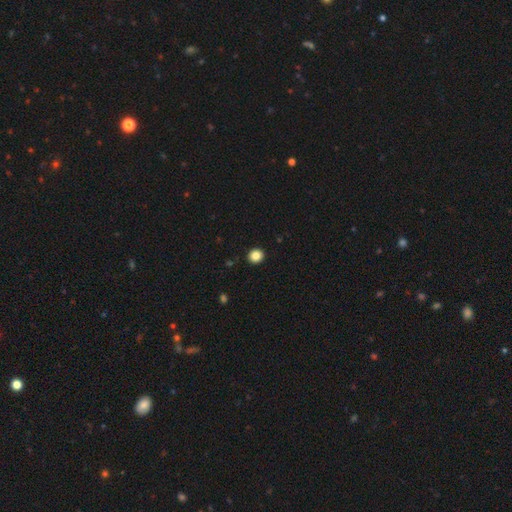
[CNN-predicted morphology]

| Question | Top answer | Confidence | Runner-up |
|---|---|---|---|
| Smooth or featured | smooth | 86% | star or artifact (10%) |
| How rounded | round | 87% | in between (12%) |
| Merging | none | 93% | minor disturbance (5%) |